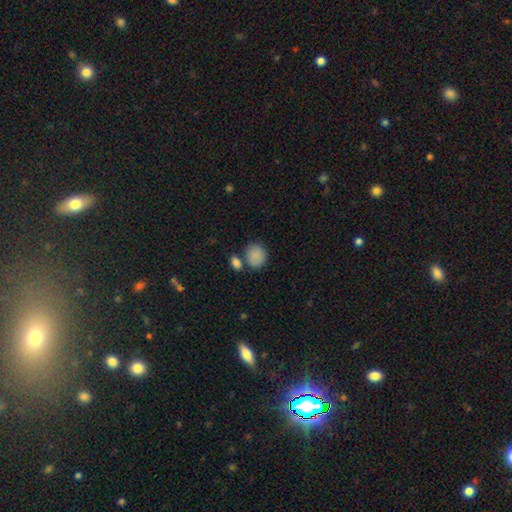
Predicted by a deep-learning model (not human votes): This is clearly a smooth galaxy (87%). How rounded: likely round (63%). Merging: likely none (63%).